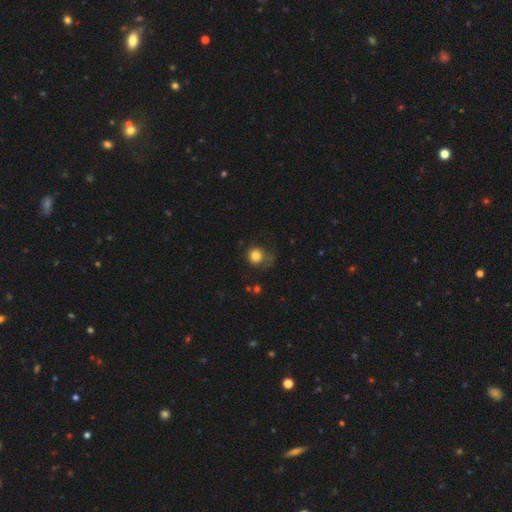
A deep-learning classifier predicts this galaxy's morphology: type=smooth (82%); roundness=round (84%); merging=none (54%).